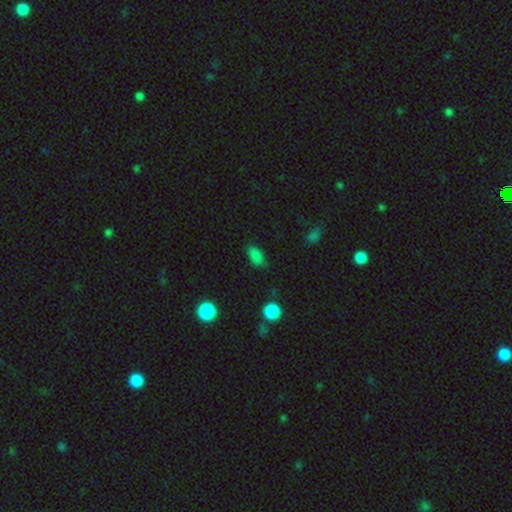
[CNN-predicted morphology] Smooth or featured: smooth — 82% (star or artifact — 13%)
How rounded: in between — 88% (round — 8%)
Merging: none — 73% (minor disturbance — 20%)